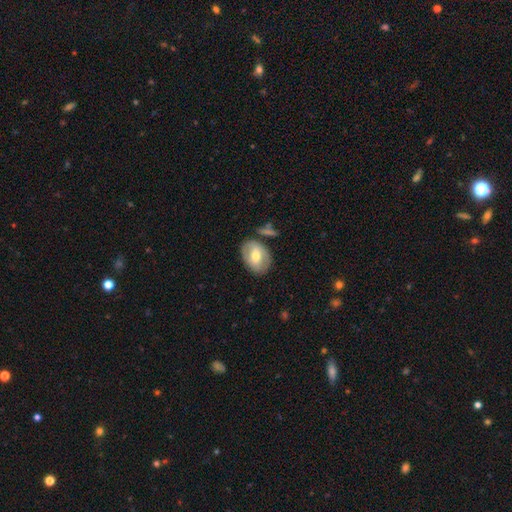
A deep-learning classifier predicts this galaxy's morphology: Overall: smooth (48%; featured or disk 46%). Merging: none (73%).